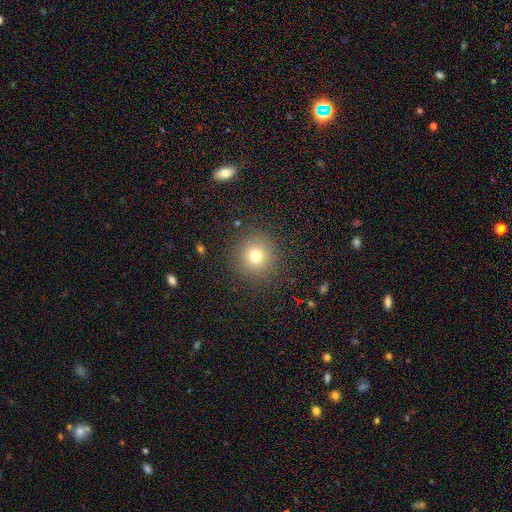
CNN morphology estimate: A smooth galaxy with no disk features (73%) that is round (94%). Merging: none (89%).